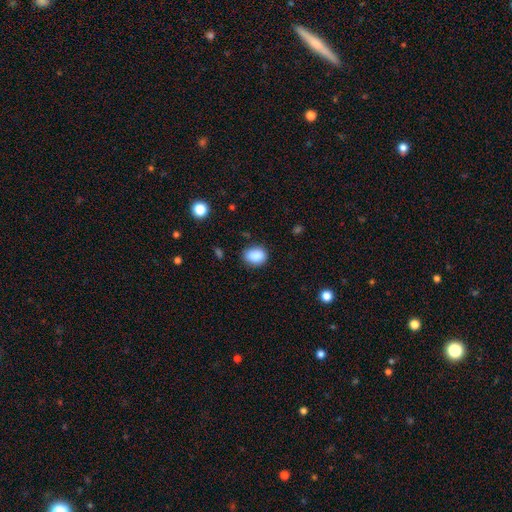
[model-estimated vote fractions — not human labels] smooth_or_featured: smooth (p=0.88) [alt: star or artifact p=0.08]
how_rounded: in between (p=0.64) [alt: round p=0.35]
merging: none (p=0.81) [alt: minor disturbance p=0.14]